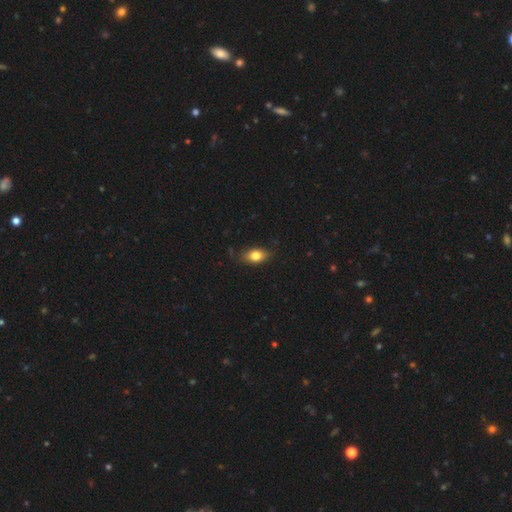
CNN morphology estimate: smooth-or-featured: smooth: 80% | featured or disk: 12% | star or artifact: 8%
  how-rounded: in between: 83% | round: 13% | cigar-shaped: 4%
  merging: none: 76% | minor disturbance: 19% | major disturbance: 3% | merger: 1%